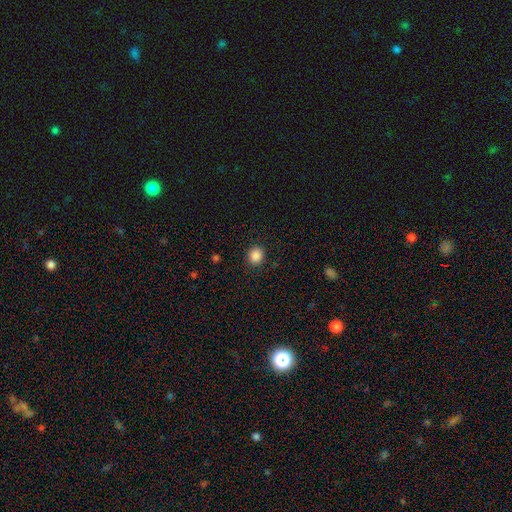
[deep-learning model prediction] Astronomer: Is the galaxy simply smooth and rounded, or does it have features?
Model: smooth — 87%.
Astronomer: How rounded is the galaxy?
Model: round — 86%.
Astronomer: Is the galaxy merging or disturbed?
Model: none — 90%.